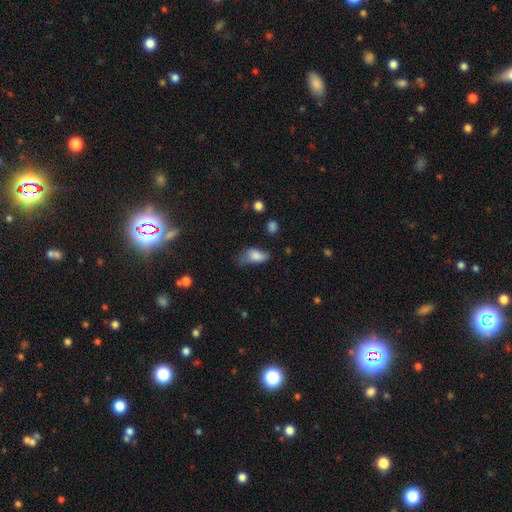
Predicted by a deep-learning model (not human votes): smooth_or_featured: smooth (p=0.79) [alt: featured or disk p=0.12]
how_rounded: in between (p=0.88) [alt: cigar-shaped p=0.06]
merging: minor disturbance (p=0.40) [alt: none p=0.34]